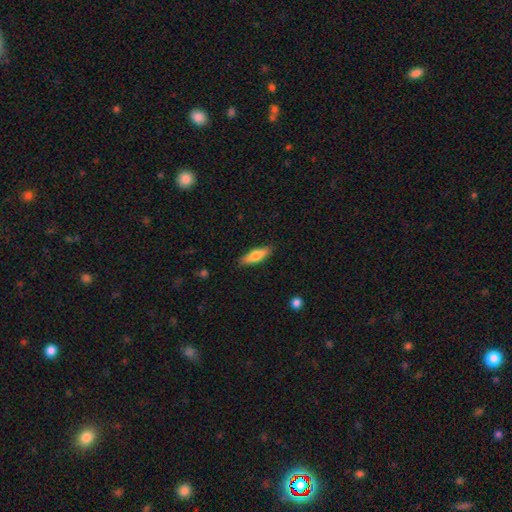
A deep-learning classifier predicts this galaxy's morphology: This is likely a smooth galaxy (68%). How rounded: possibly cigar-shaped (58%). Merging: clearly none (88%).